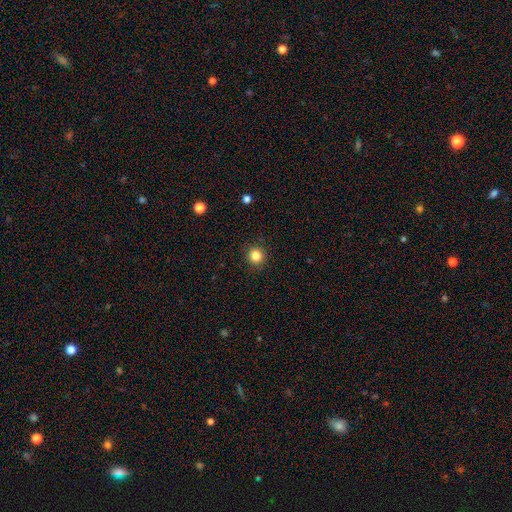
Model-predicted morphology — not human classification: smooth-or-featured: smooth: 84% | star or artifact: 11% | featured or disk: 4%
  how-rounded: round: 94% | in between: 5% | cigar-shaped: 1%
  merging: none: 91% | minor disturbance: 6% | major disturbance: 2% | merger: 1%